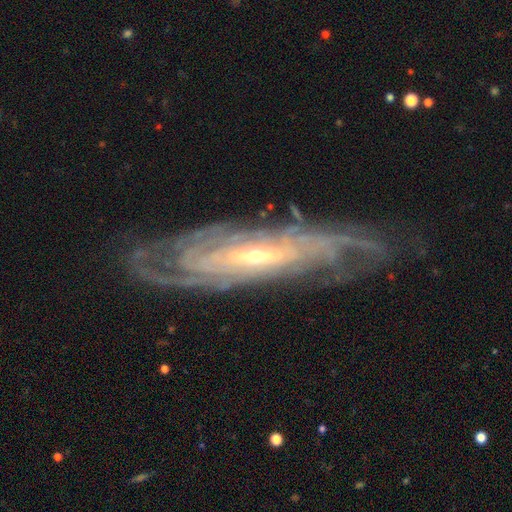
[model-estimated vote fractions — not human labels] smooth-or-featured: featured or disk: 88% | smooth: 6% | star or artifact: 6%
  disk-edge-on: no: 78% | yes: 22%
    bar: weak: 36% | no: 35% | strong: 29%
    has-spiral-arms: yes: 96% | no: 4%
      spiral-winding: tight: 72% | medium: 23% | loose: 5%
      spiral-arm-count: can't tell: 40% | 4: 14% | 2: 14% | more than 4: 13% | 3: 12% | 1: 6%
    bulge-size: small: 74% | moderate: 21% | large: 2% | none: 2% | dominant: 1%
  merging: none: 77% | minor disturbance: 16% | major disturbance: 6% | merger: 2%